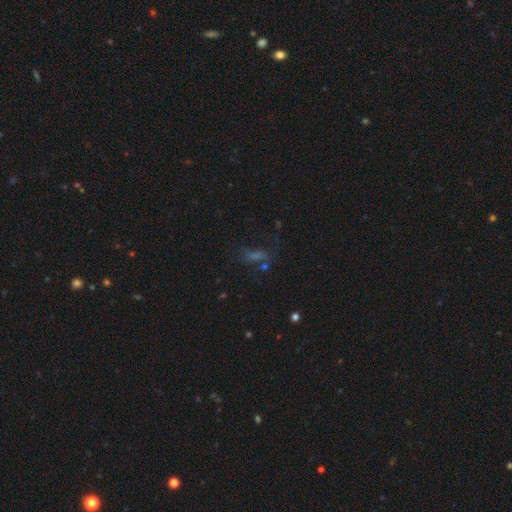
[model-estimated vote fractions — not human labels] A smooth galaxy with no disk features (42%). Merging: none (55%).